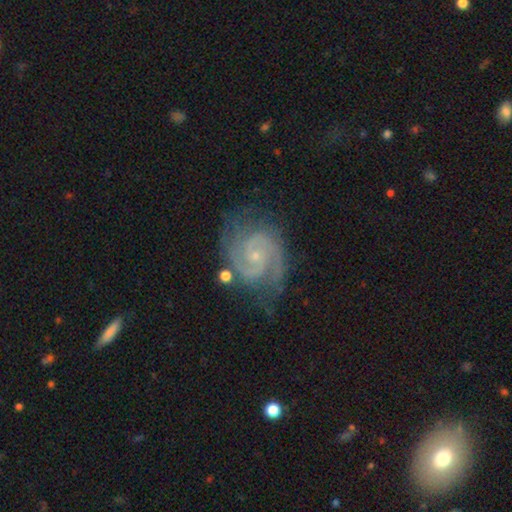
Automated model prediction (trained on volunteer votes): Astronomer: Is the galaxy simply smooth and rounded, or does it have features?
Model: featured or disk — 91%.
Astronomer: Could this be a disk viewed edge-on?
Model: no — 98%.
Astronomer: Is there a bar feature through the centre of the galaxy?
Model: no — 63%.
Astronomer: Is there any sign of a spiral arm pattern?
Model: yes — 98%.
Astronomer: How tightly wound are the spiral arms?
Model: tight — 50% (runner-up: medium, 44%).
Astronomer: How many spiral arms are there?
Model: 2 — 82%.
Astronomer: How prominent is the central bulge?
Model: small — 78%.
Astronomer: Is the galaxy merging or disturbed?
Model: none — 72%.